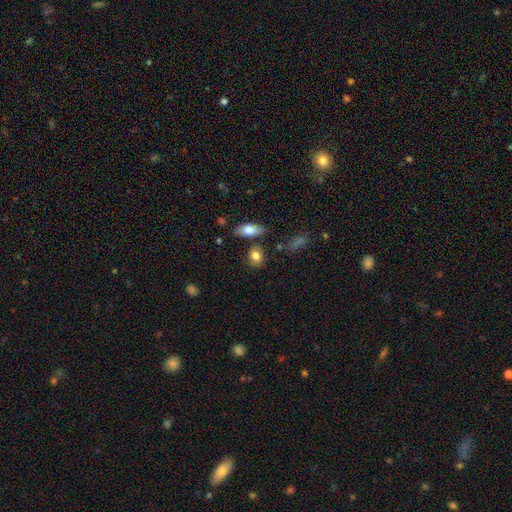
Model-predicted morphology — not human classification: Smooth or featured? smooth (83%)
How rounded? round (52%)
Merging? none (75%)